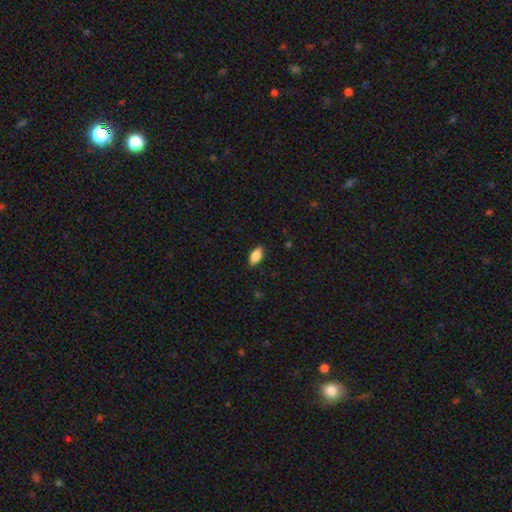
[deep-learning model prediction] Smooth or featured: smooth — 84% (featured or disk — 10%)
How rounded: in between — 89% (cigar-shaped — 8%)
Merging: none — 87% (minor disturbance — 10%)